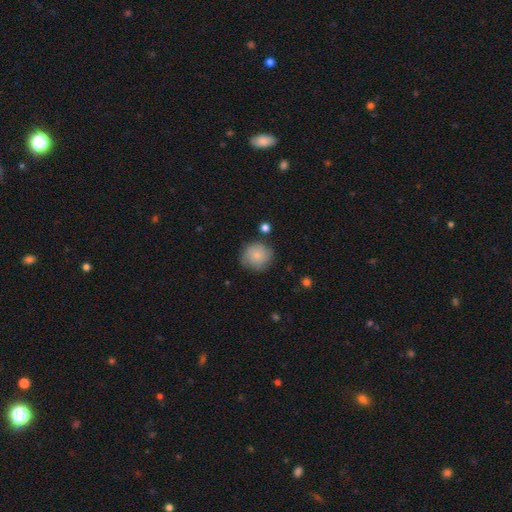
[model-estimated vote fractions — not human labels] smooth-or-featured: smooth: 80% | featured or disk: 12% | star or artifact: 8%
  how-rounded: round: 91% | in between: 8% | cigar-shaped: 1%
  merging: none: 73% | minor disturbance: 19% | major disturbance: 5% | merger: 3%